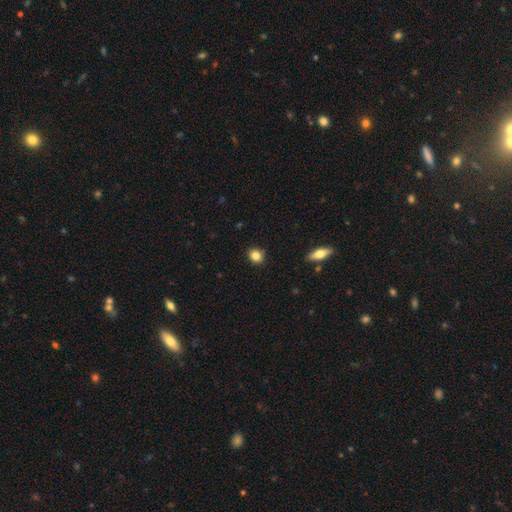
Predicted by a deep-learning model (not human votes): smooth_or_featured: smooth (p=0.84) [alt: star or artifact p=0.10]
how_rounded: round (p=0.68) [alt: in between p=0.30]
merging: none (p=0.87) [alt: minor disturbance p=0.10]